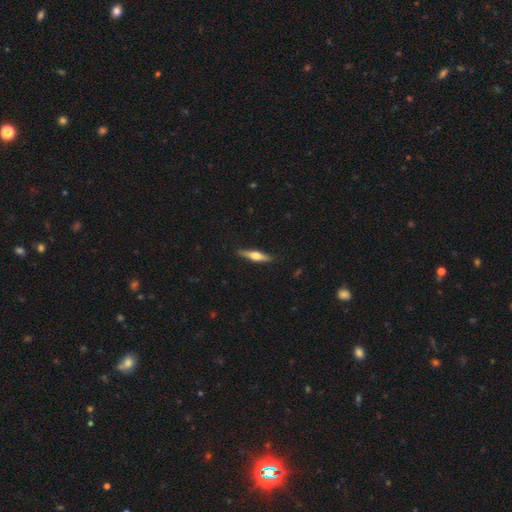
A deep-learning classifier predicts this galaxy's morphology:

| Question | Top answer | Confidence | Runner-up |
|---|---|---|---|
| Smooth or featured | featured or disk | 57% | smooth (37%) |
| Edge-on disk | yes | 96% | no (4%) |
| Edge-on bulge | rounded | 91% | boxy (6%) |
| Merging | none | 89% | minor disturbance (9%) |